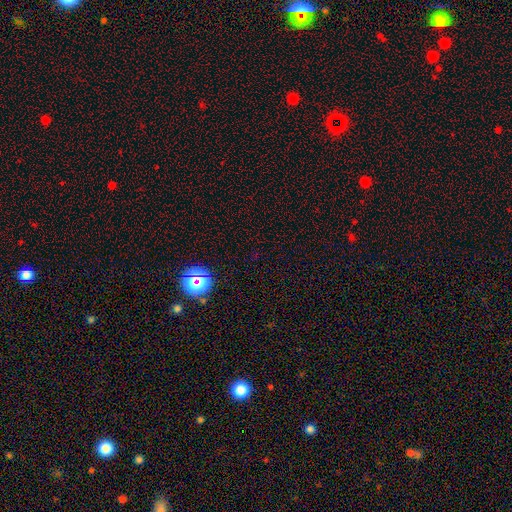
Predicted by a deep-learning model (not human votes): star or artifact 68%, smooth 24%, featured or disk 8%.